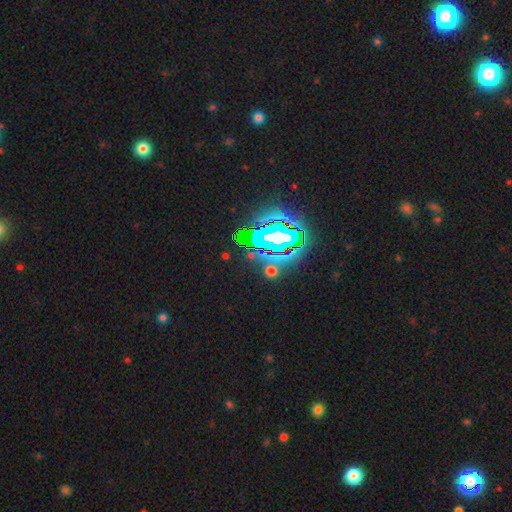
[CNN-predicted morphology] smooth_or_featured: star or artifact (p=0.71) [alt: featured or disk p=0.16]